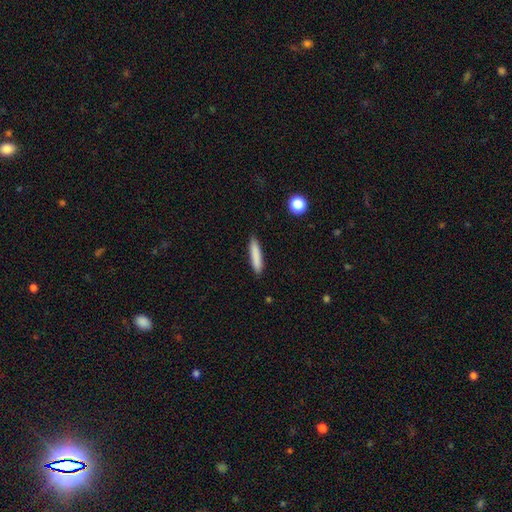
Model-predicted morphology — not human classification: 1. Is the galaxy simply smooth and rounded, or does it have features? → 84% smooth, 9% featured or disk, 7% star or artifact.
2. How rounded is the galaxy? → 87% cigar-shaped, 11% in between, 1% round.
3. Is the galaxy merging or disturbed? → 89% none, 8% minor disturbance, 2% major disturbance, 1% merger.